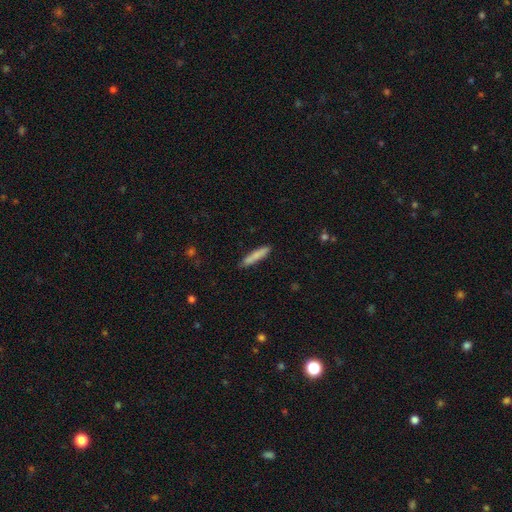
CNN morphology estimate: type=smooth (81%); roundness=cigar-shaped (90%); merging=none (86%).